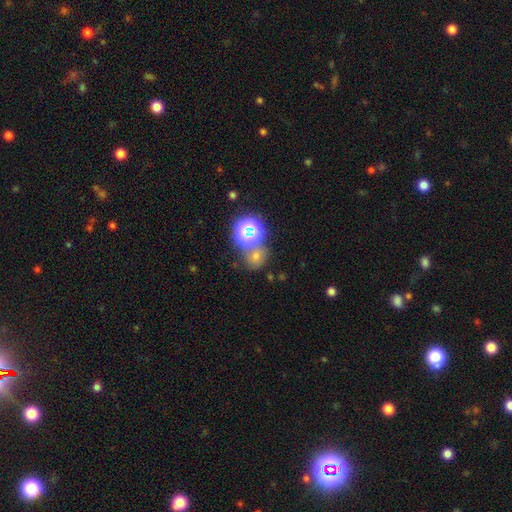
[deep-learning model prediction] Overall: star or artifact (46%; smooth 44%).